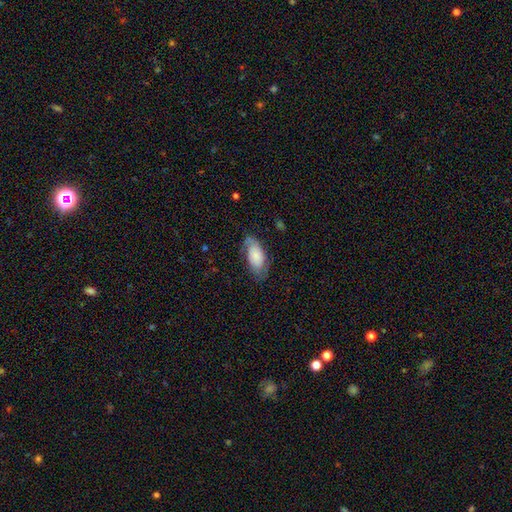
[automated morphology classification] smooth-or-featured: smooth: 54% | featured or disk: 38% | star or artifact: 7%
  how-rounded: in between: 93% | cigar-shaped: 4% | round: 3%
  merging: none: 61% | minor disturbance: 25% | major disturbance: 12% | merger: 2%